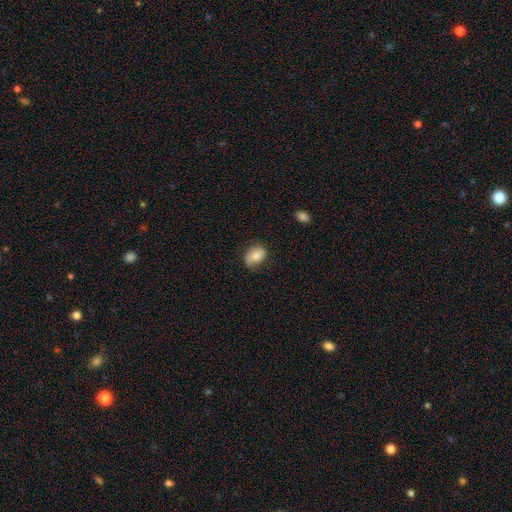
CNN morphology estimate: type=smooth (74%); roundness=in between (74%); merging=none (72%).